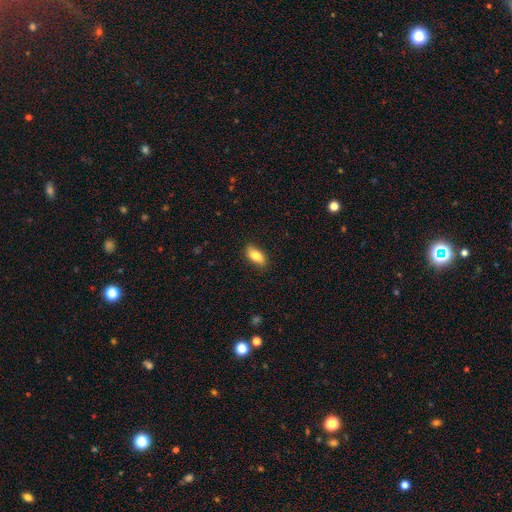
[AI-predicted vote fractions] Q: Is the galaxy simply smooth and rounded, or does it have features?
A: smooth — 82%.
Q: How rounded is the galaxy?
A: in between — 87%.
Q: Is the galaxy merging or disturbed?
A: none — 85%.